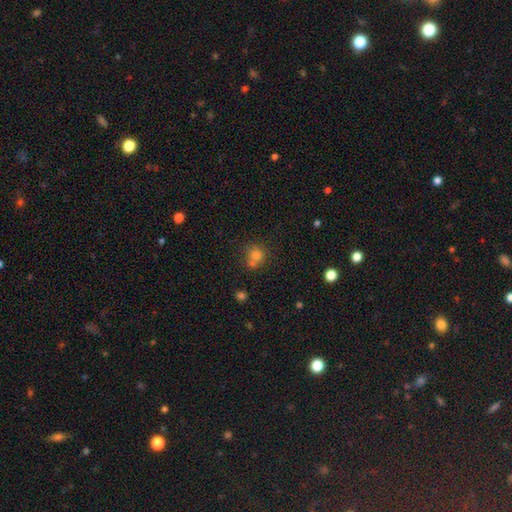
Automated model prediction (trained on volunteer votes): smooth-or-featured: smooth: 70% | star or artifact: 20% | featured or disk: 10%
  how-rounded: round: 80% | in between: 19% | cigar-shaped: 1%
  merging: none: 55% | merger: 28% | minor disturbance: 12% | major disturbance: 5%